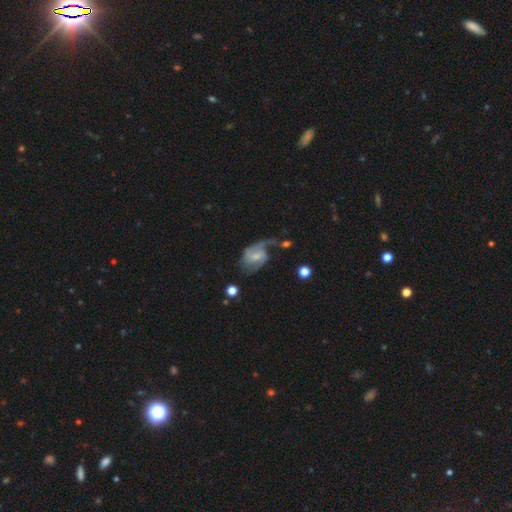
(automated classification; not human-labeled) Smooth or featured? Predicted: featured or disk (p=0.80). Edge-on disk? Predicted: no (p=0.97). Bar? Predicted: weak (p=0.53). Spiral arms? Predicted: yes (p=0.94). Spiral winding? Predicted: medium (p=0.43). Spiral arm count? Predicted: 2 (p=0.69). Bulge size? Predicted: small (p=0.43). Merging? Predicted: none (p=0.36).